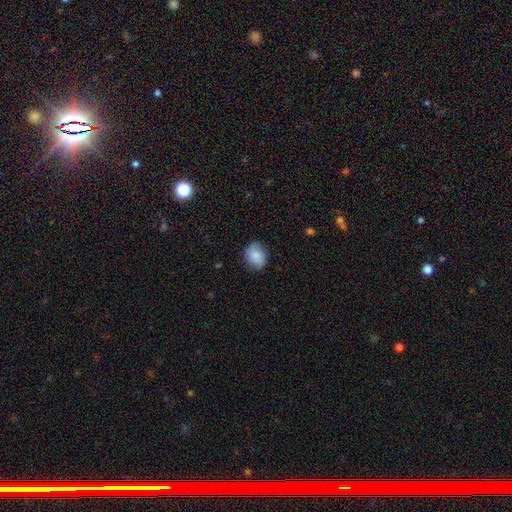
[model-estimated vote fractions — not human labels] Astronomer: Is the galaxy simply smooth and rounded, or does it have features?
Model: smooth — 85%.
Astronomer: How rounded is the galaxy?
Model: in between — 61% (runner-up: round, 38%).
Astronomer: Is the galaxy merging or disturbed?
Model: none — 81%.